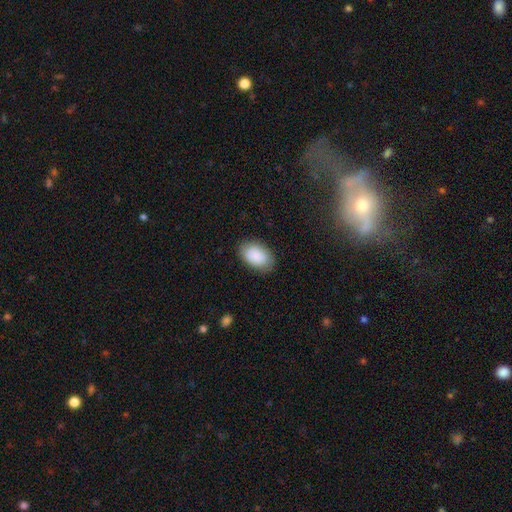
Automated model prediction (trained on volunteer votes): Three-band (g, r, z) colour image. It shows a smooth galaxy with no disk features (89%) that is in between round and cigar-shaped (92%). Merging: none (84%).